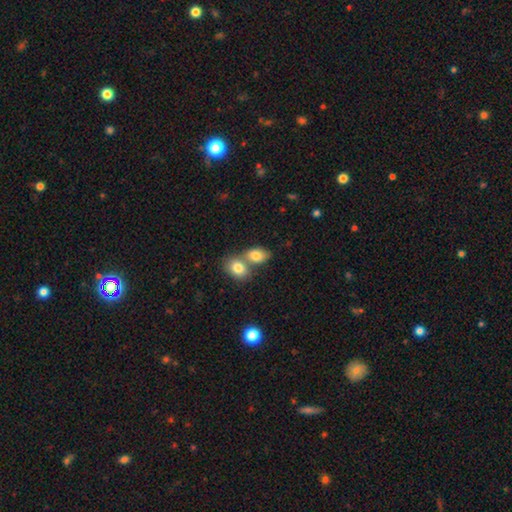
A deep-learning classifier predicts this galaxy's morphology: Overall: smooth (81%). How rounded: in between (79%). Merging: merger (57%; none 32%).